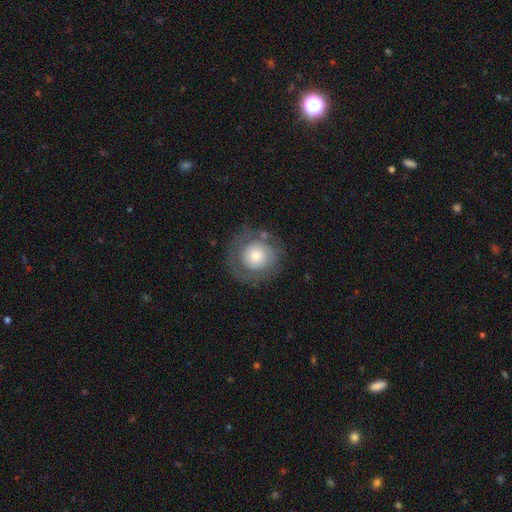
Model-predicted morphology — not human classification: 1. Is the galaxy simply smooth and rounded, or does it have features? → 51% featured or disk, 42% smooth, 7% star or artifact.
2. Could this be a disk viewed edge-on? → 97% no, 3% yes.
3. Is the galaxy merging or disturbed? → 74% none, 15% minor disturbance, 9% major disturbance, 2% merger.